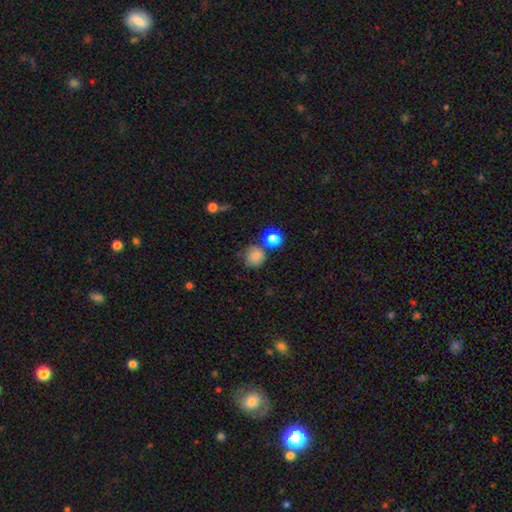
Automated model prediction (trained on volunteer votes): A smooth galaxy with no disk features (81%) that is round (88%).

Vote fractions:
- Smooth or featured? smooth: 81% / star or artifact: 12% / featured or disk: 8%
- How rounded? round: 88% / in between: 11% / cigar-shaped: 1%
- Merging? none: 66% / minor disturbance: 15% / merger: 15% / major disturbance: 5%